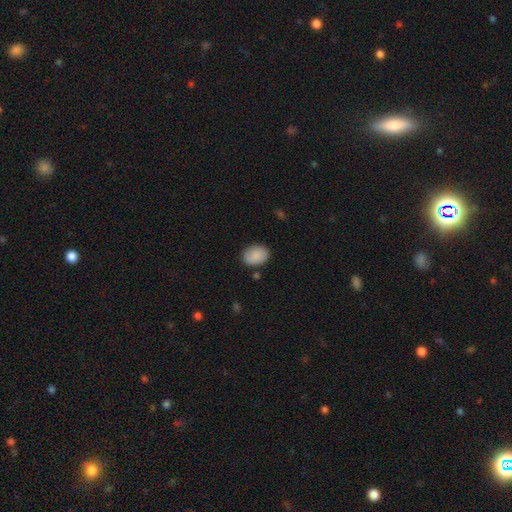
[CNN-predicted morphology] Smooth or featured?
  - smooth: 88% *
  - star or artifact: 7%
  - featured or disk: 6%
How rounded?
  - in between: 65% *
  - round: 34%
  - cigar-shaped: 1%
Merging?
  - none: 81% *
  - minor disturbance: 13%
  - major disturbance: 3%
  - merger: 3%